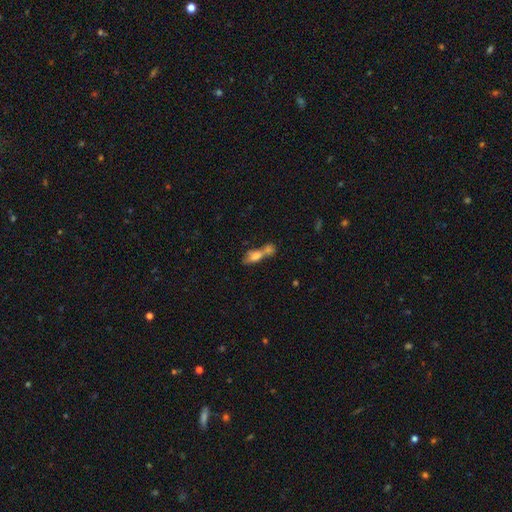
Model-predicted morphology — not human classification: smooth 69%, featured or disk 22%, star or artifact 10%. Down the decision tree: how rounded — in between (71%); merging — merger (62%).